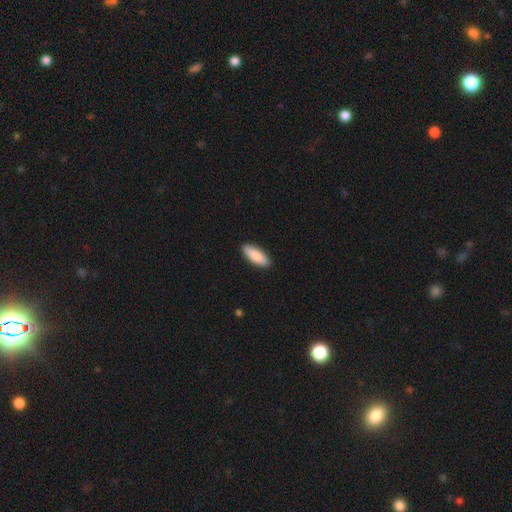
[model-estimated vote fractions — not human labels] smooth-or-featured: smooth: 86% | featured or disk: 8% | star or artifact: 5%
  how-rounded: in between: 70% | cigar-shaped: 28% | round: 2%
  merging: none: 90% | minor disturbance: 8% | major disturbance: 2% | merger: 1%